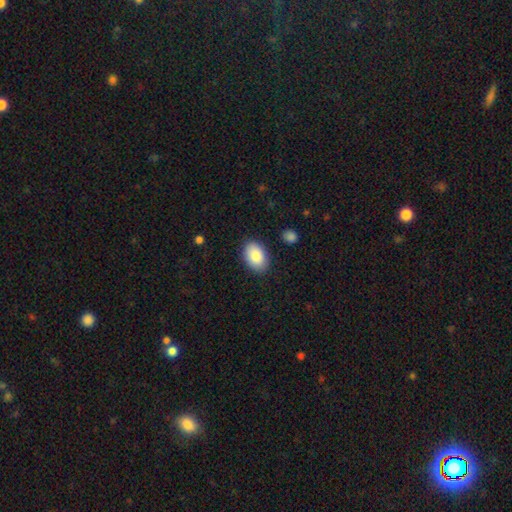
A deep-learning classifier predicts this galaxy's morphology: This appears to be a smooth galaxy with no disk features (87%) that is in between round and cigar-shaped (89%). Merging: none (87%).